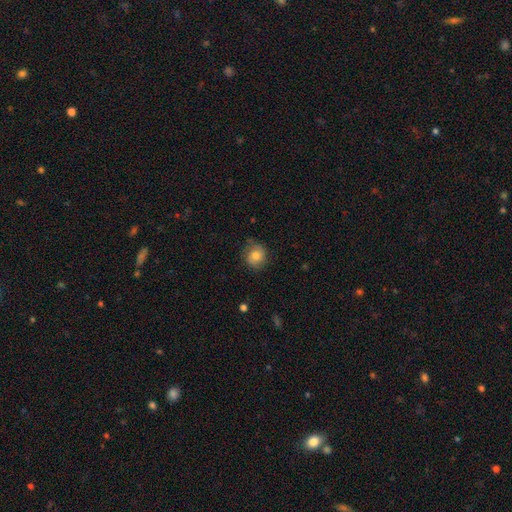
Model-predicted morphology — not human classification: The model was most divided on "smooth or featured": smooth: 66%, featured or disk: 25%, star or artifact: 9%. More confident: how rounded — round (81%); merging — none (74%).